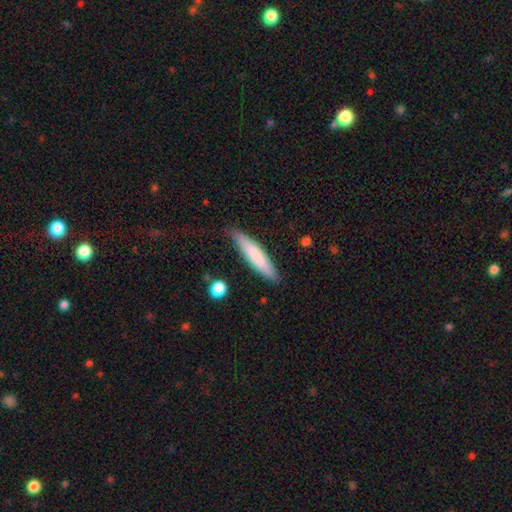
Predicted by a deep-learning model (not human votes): smooth 75%, featured or disk 19%, star or artifact 6%. Down the decision tree: how rounded — cigar-shaped (85%); merging — none (80%).